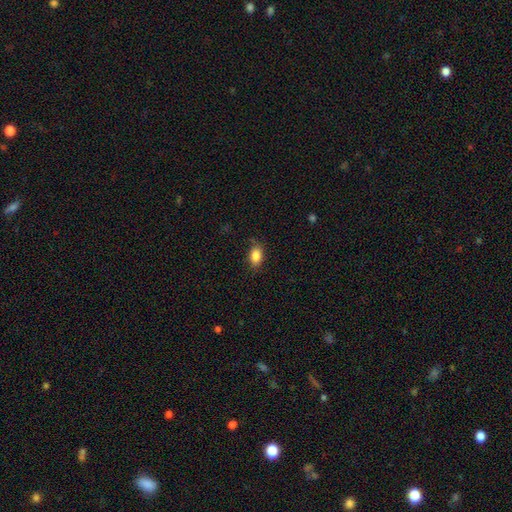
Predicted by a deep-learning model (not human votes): The model was most divided on "merging": none: 80%, minor disturbance: 15%, major disturbance: 3%, merger: 1%. More confident: how rounded — in between (87%); smooth or featured — smooth (87%).